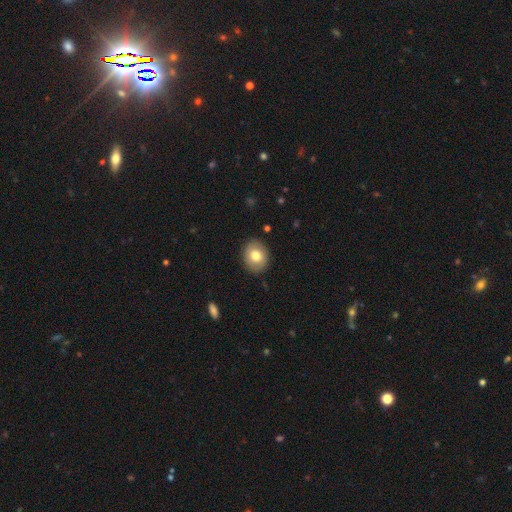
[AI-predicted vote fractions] A smooth galaxy with no disk features (75%) that is round (53%). Merging: none (87%).